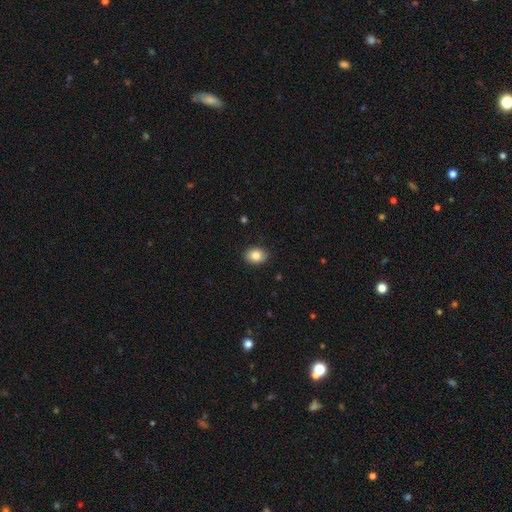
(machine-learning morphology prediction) Q: Smooth or featured?
A: smooth (85%); runner-up: star or artifact (8%)
Q: How rounded?
A: in between (63%); runner-up: round (36%)
Q: Merging?
A: none (88%); runner-up: minor disturbance (9%)